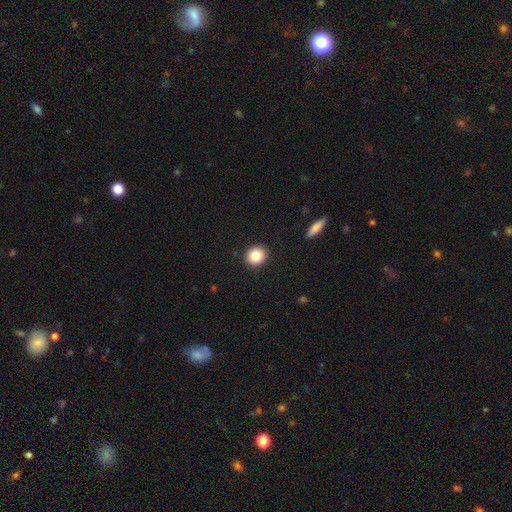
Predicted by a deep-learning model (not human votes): smooth_or_featured: smooth (p=0.85) [alt: star or artifact p=0.09]
how_rounded: round (p=0.87) [alt: in between p=0.12]
merging: none (p=0.92) [alt: minor disturbance p=0.05]